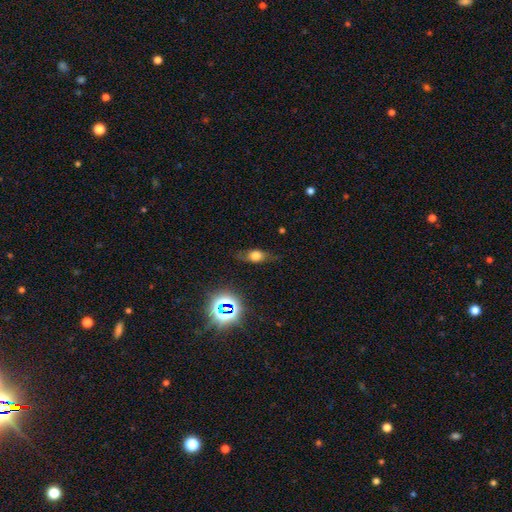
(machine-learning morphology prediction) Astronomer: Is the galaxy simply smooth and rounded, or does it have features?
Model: smooth — 54%.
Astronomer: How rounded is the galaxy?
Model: in between — 64%.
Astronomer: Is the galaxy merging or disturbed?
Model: none — 70%.